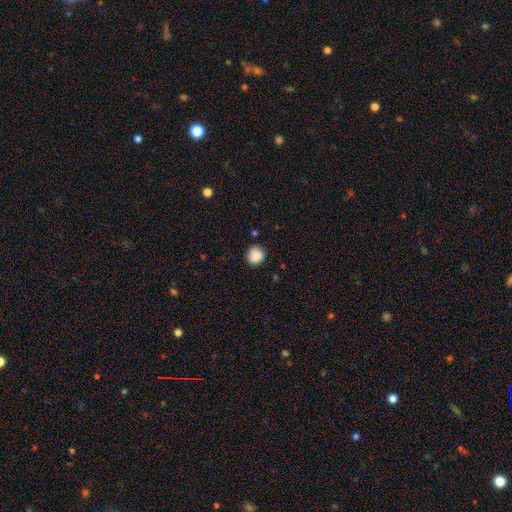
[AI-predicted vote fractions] The model was most divided on "how rounded": round: 85%, in between: 14%, cigar-shaped: 1%. More confident: smooth or featured — smooth (88%); merging — none (86%).